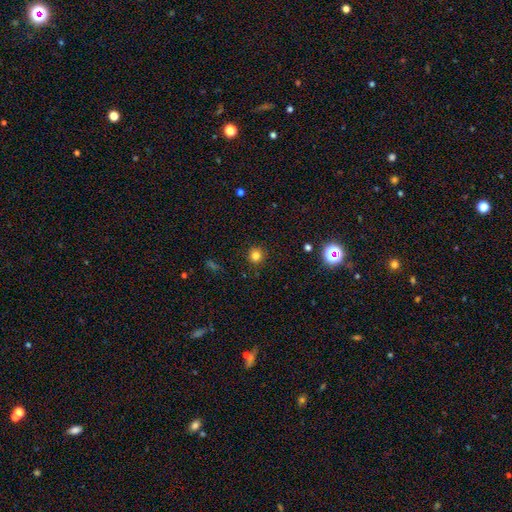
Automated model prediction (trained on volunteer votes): A smooth galaxy with no disk features (80%) that is round (93%).

Vote fractions:
- Smooth or featured? smooth: 80% / star or artifact: 15% / featured or disk: 5%
- How rounded? round: 93% / in between: 6% / cigar-shaped: 1%
- Merging? none: 91% / minor disturbance: 6% / major disturbance: 2% / merger: 1%